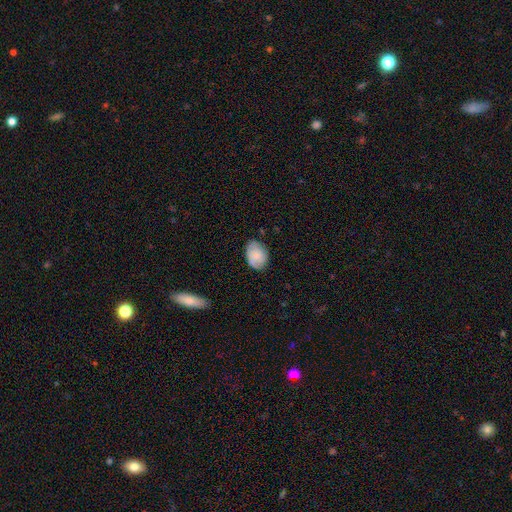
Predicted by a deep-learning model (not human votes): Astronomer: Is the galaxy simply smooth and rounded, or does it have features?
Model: smooth — 76%.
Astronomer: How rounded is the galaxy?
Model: in between — 79%.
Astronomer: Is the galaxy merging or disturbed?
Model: none — 69%.